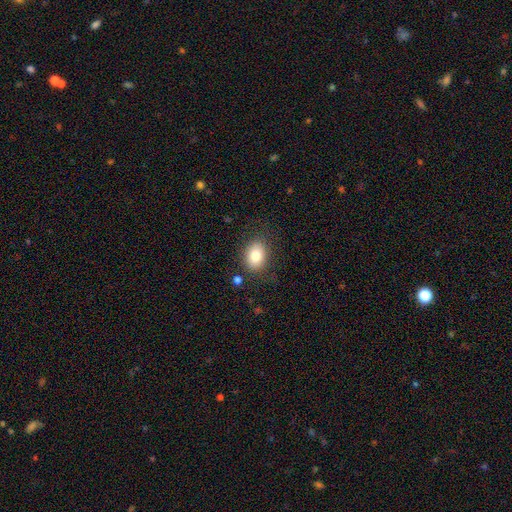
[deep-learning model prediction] Morphology: type=smooth (81%); roundness=in between (65%); merging=none (81%).